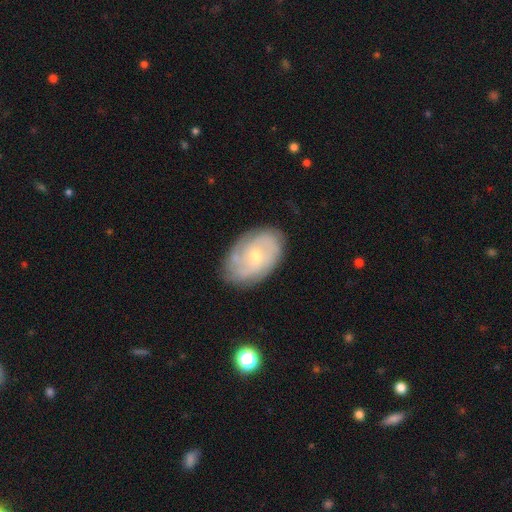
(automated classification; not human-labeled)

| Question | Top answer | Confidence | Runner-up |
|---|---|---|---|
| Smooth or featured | featured or disk | 72% | smooth (21%) |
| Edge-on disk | no | 96% | yes (4%) |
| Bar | no | 70% | weak (26%) |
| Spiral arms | yes | 86% | no (14%) |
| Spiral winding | tight | 62% | medium (29%) |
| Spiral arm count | can't tell | 45% | 2 (24%) |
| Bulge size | small | 57% | moderate (40%) |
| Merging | none | 78% | minor disturbance (17%) |